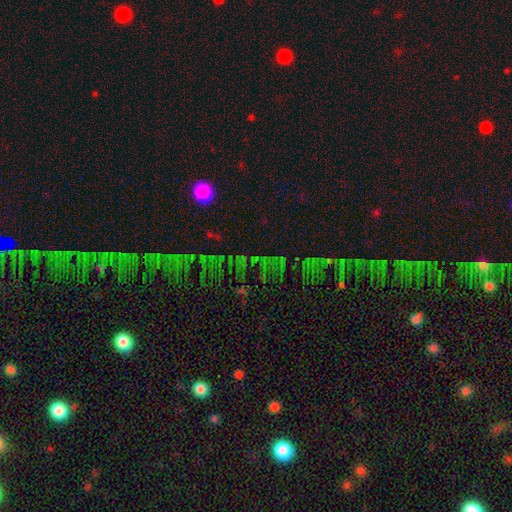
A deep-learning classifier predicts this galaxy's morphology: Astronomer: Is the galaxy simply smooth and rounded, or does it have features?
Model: star or artifact — 74%.